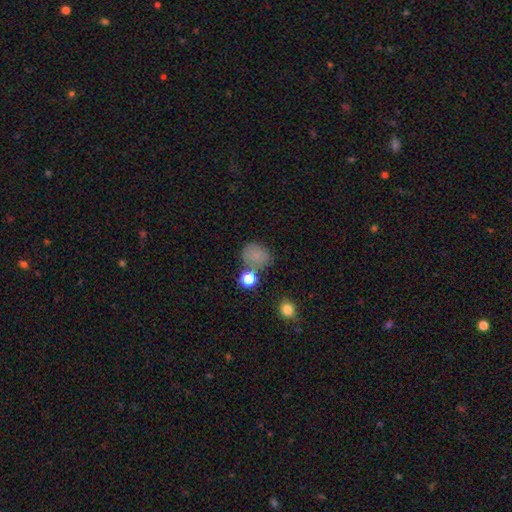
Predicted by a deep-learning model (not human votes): A smooth galaxy with no disk features (75%) that is round (62%).

Vote fractions:
- Smooth or featured? smooth: 75% / star or artifact: 16% / featured or disk: 9%
- How rounded? round: 62% / in between: 37% / cigar-shaped: 1%
- Merging? none: 58% / minor disturbance: 21% / merger: 12% / major disturbance: 9%